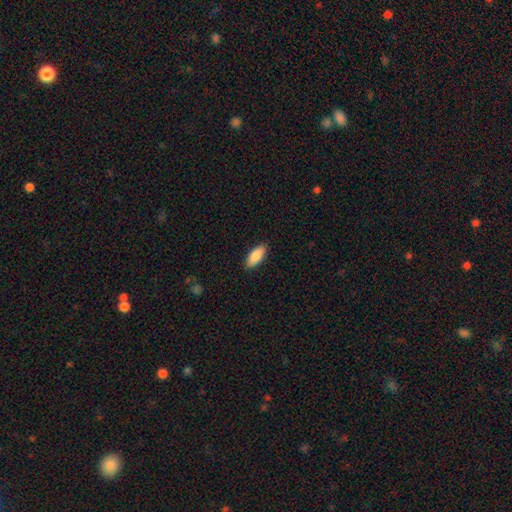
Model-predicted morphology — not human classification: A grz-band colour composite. It shows a smooth galaxy with no disk features (88%) that is in between round and cigar-shaped (82%). Merging: none (89%).